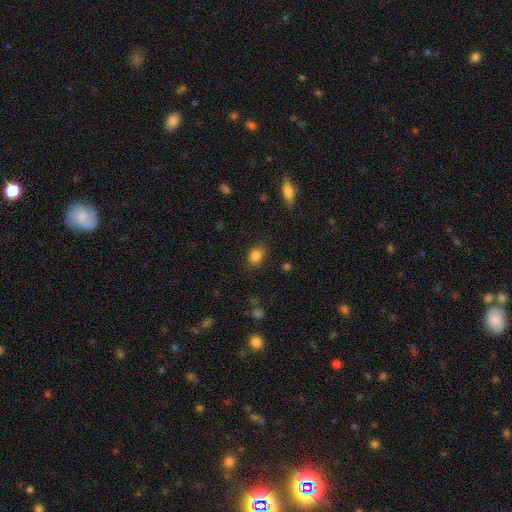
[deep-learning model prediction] smooth 85%, star or artifact 10%, featured or disk 5%. Down the decision tree: how rounded — in between (66%); merging — none (76%).